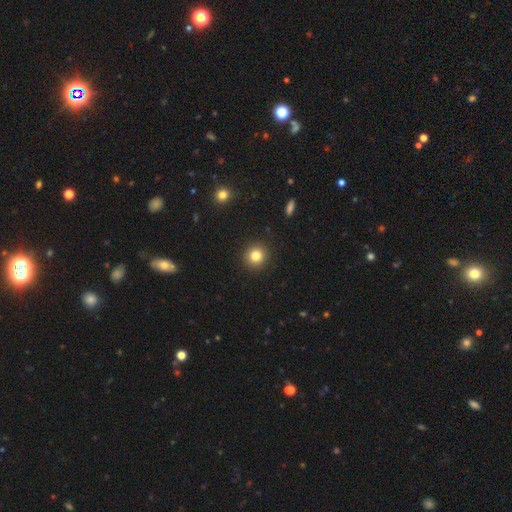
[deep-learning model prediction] smooth_or_featured: smooth (p=0.82) [alt: star or artifact p=0.11]
how_rounded: round (p=0.92) [alt: in between p=0.07]
merging: none (p=0.92) [alt: minor disturbance p=0.05]